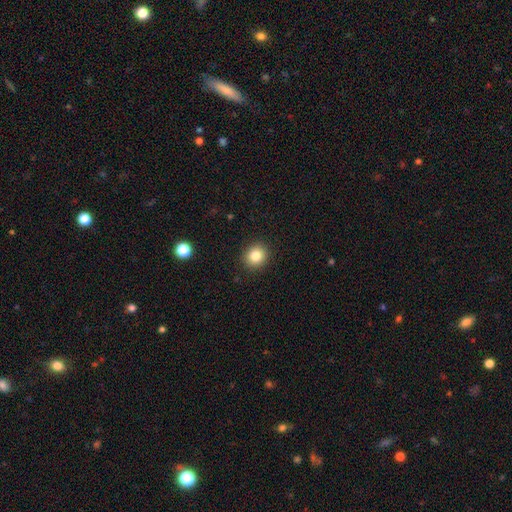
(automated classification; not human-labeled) smooth-or-featured: smooth: 83% | star or artifact: 11% | featured or disk: 6%
  how-rounded: round: 82% | in between: 17% | cigar-shaped: 1%
  merging: none: 91% | minor disturbance: 6% | major disturbance: 2% | merger: 1%